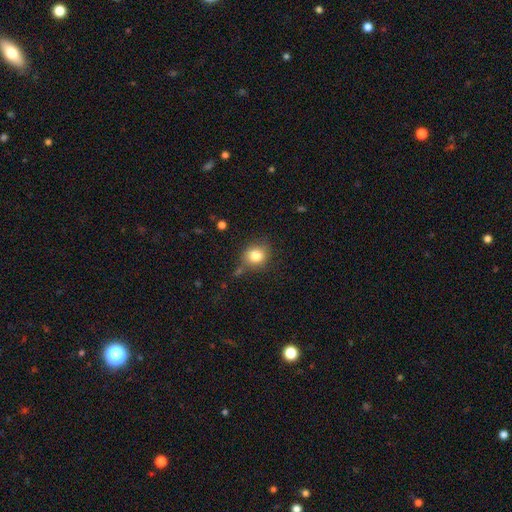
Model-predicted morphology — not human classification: Overall: smooth (82%). How rounded: round (80%). Merging: none (72%).